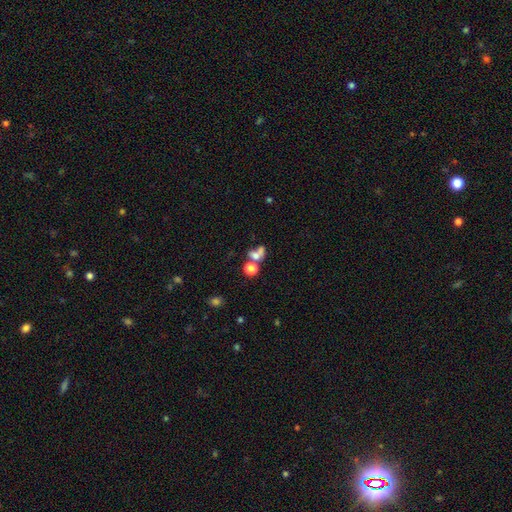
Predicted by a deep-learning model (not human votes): smooth 60%, featured or disk 23%, star or artifact 18%. Down the decision tree: how rounded — round (51%); merging — merger (52%).